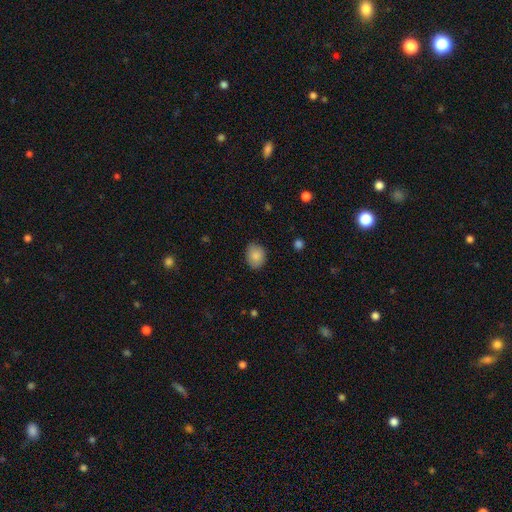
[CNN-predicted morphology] Smooth or featured?
  - smooth: 86% *
  - star or artifact: 7%
  - featured or disk: 6%
How rounded?
  - in between: 56% *
  - round: 43%
  - cigar-shaped: 1%
Merging?
  - none: 81% *
  - minor disturbance: 15%
  - major disturbance: 3%
  - merger: 1%